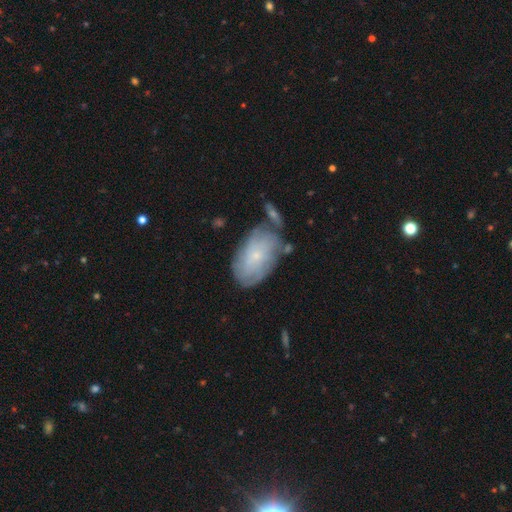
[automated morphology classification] This appears to be a smooth galaxy with no disk features (47%). Merging: none (59%).